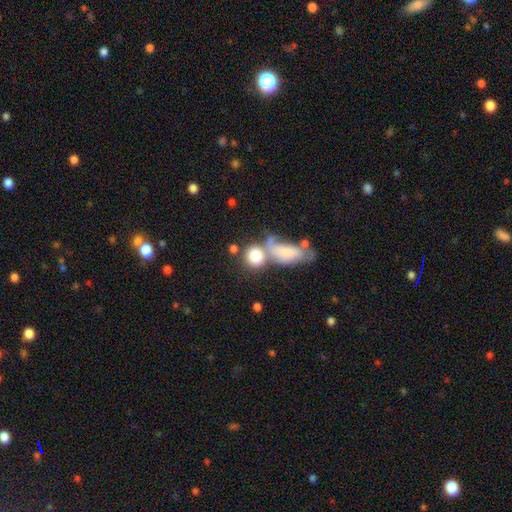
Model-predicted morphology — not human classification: smooth_or_featured: smooth (p=0.80) [alt: featured or disk p=0.12]
how_rounded: round (p=0.66) [alt: in between p=0.30]
merging: merger (p=0.48) [alt: none p=0.34]